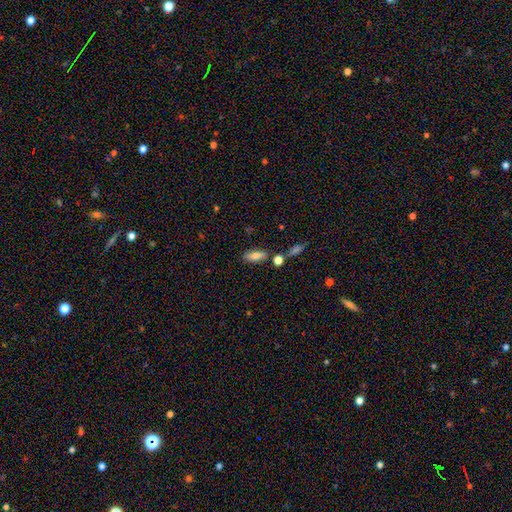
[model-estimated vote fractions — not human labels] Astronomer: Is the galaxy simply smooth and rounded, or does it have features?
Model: smooth — 77%.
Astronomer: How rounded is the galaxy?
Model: in between — 72%.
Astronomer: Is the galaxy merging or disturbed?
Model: none — 73%.